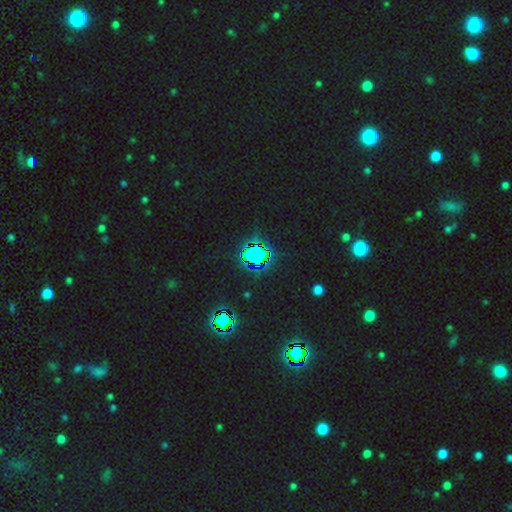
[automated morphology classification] Smooth or featured? star or artifact (76%)